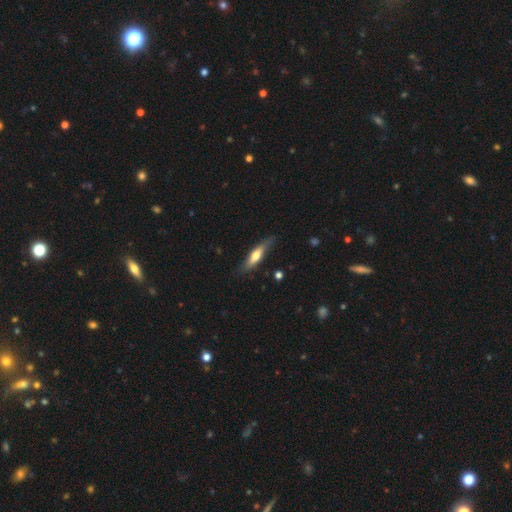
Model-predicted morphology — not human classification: This appears to be a smooth galaxy with no disk features (55%) that is cigar-shaped (74%). Merging: none (74%).